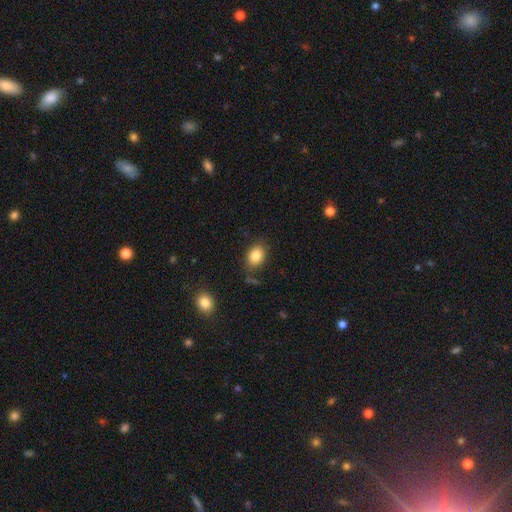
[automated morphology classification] A smooth galaxy with no disk features (84%) that is in between round and cigar-shaped (72%). Merging: none (74%).